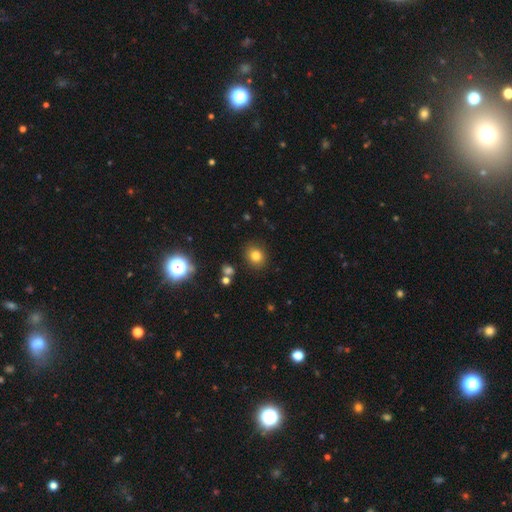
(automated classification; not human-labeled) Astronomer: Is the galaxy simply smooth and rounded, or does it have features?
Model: smooth — 79%.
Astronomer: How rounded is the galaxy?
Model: round — 72%.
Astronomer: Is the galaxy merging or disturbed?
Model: none — 87%.